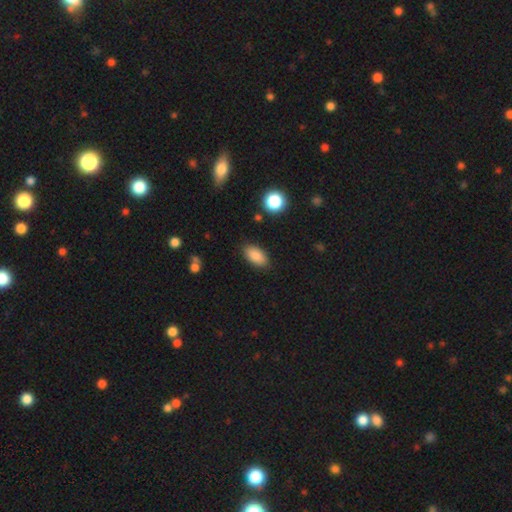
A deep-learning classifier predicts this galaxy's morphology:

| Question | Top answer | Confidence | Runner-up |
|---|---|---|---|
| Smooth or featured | smooth | 87% | star or artifact (8%) |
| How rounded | in between | 92% | round (4%) |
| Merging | none | 86% | minor disturbance (10%) |